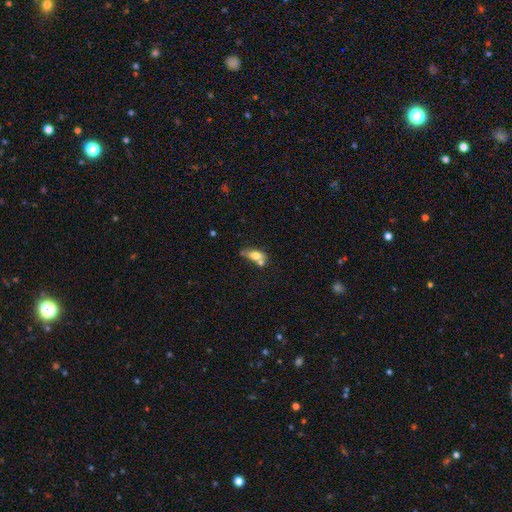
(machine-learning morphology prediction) The model was most divided on "merging": merger: 41%, none: 33%, minor disturbance: 17%, major disturbance: 9%. More confident: how rounded — in between (76%); smooth or featured — smooth (64%).